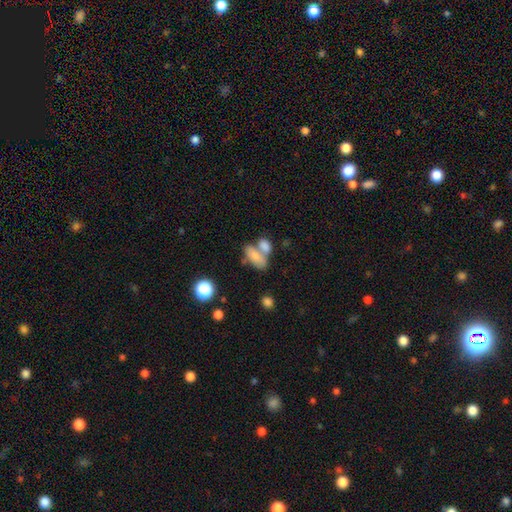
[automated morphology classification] Smooth or featured? Predicted: smooth (p=0.74). How rounded? Predicted: in between (p=0.87). Merging? Predicted: merger (p=0.57).